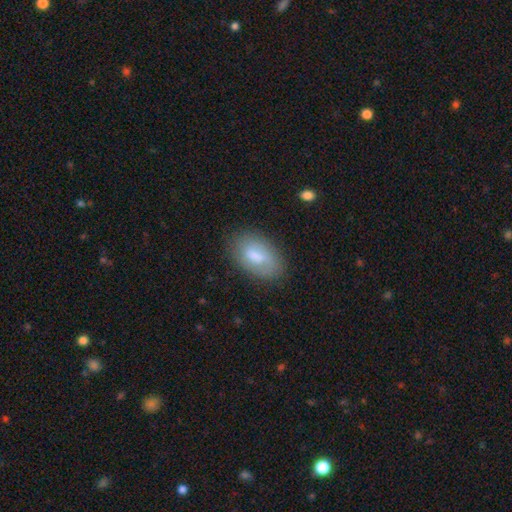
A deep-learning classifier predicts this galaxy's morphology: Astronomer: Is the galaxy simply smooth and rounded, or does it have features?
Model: smooth — 67%.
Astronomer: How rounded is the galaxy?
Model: in between — 92%.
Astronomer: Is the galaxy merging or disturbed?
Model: none — 77%.